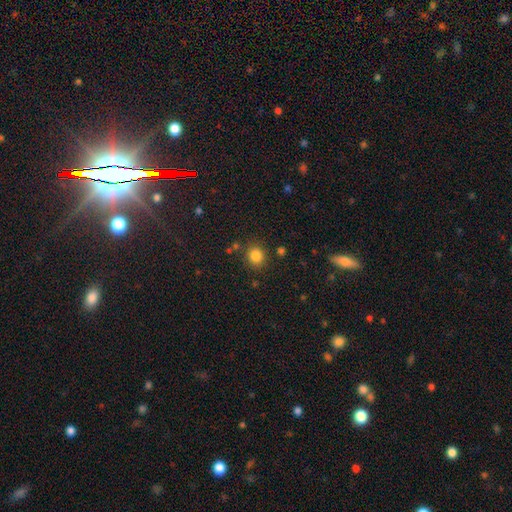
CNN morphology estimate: Overall: smooth (84%). How rounded: round (84%). Merging: none (84%).